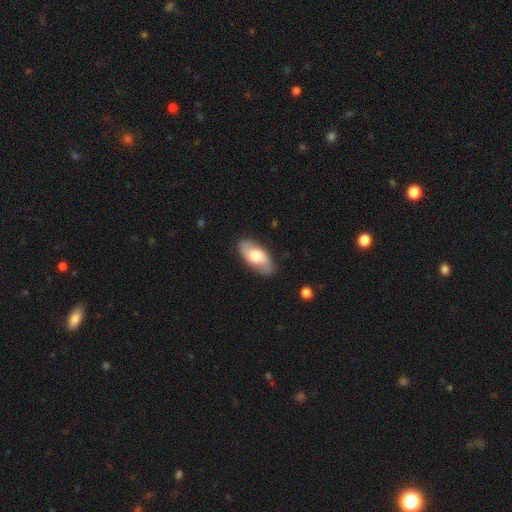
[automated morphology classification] Overall: featured or disk (52%; smooth 42%). Edge-on disk: no (89%). Merging: none (84%).